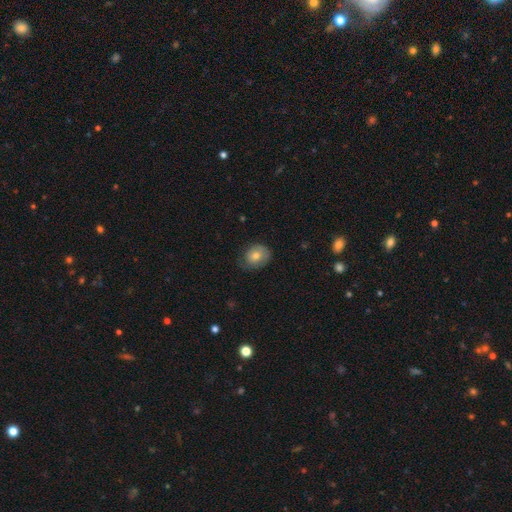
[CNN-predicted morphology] Smooth or featured? Predicted: smooth (p=0.65). How rounded? Predicted: round (p=0.57). Merging? Predicted: none (p=0.67).